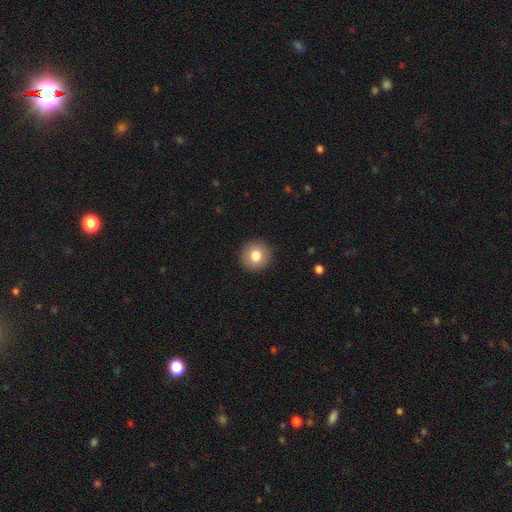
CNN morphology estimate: The model was most divided on "smooth or featured": smooth: 81%, featured or disk: 10%, star or artifact: 9%. More confident: how rounded — round (93%); merging — none (92%).